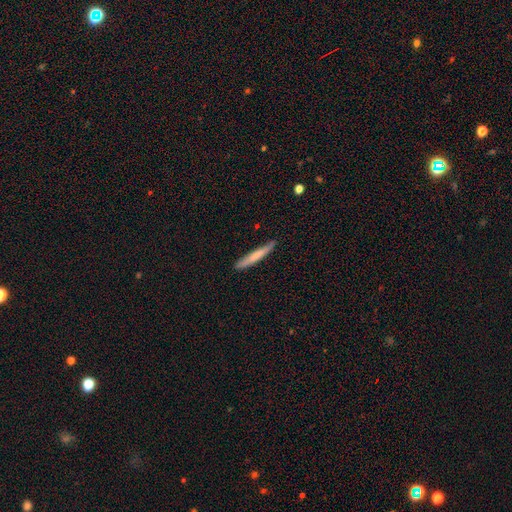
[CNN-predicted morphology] Smooth or featured: smooth — 69% (featured or disk — 26%)
How rounded: cigar-shaped — 96% (in between — 3%)
Merging: none — 86% (minor disturbance — 11%)